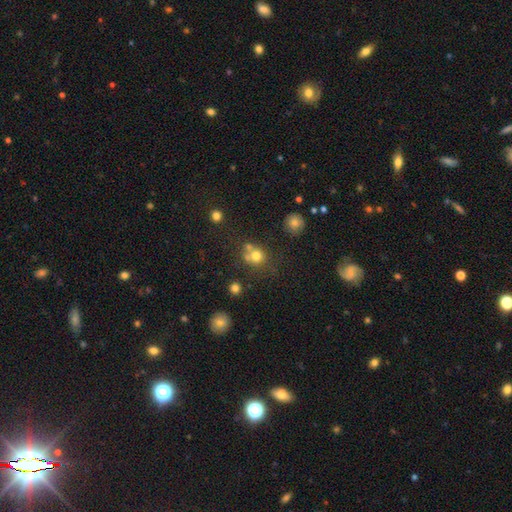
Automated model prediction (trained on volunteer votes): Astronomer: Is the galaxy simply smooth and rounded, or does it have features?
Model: smooth — 73%.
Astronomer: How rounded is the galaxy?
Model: round — 82%.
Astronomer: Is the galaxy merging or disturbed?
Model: none — 50% (runner-up: merger, 33%).